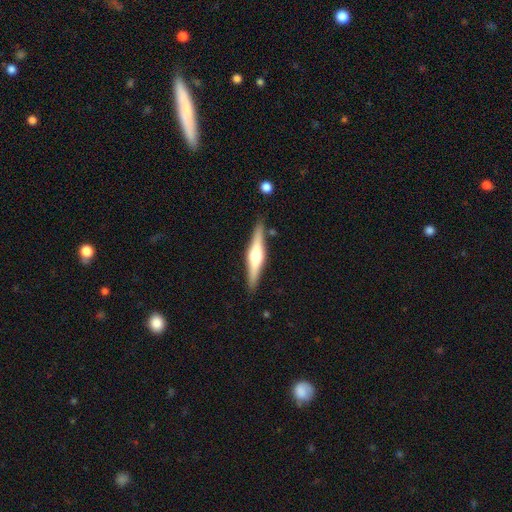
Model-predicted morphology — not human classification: Smooth or featured? Predicted: featured or disk (p=0.68). Edge-on disk? Predicted: yes (p=0.97). Edge-on bulge? Predicted: rounded (p=0.90). Merging? Predicted: none (p=0.87).